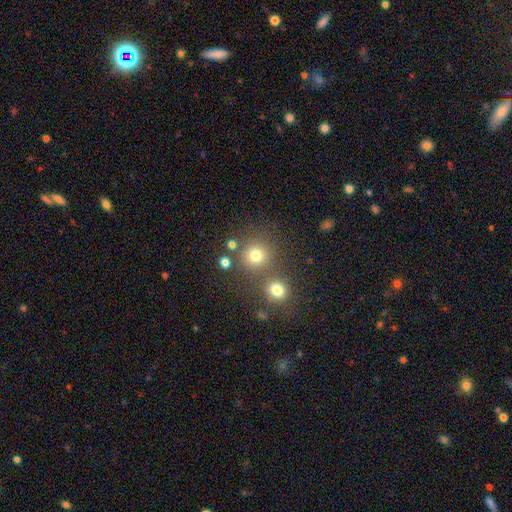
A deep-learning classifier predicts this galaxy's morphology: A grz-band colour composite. It shows a smooth galaxy with no disk features (76%) that is round (90%). Merging: none (70%).